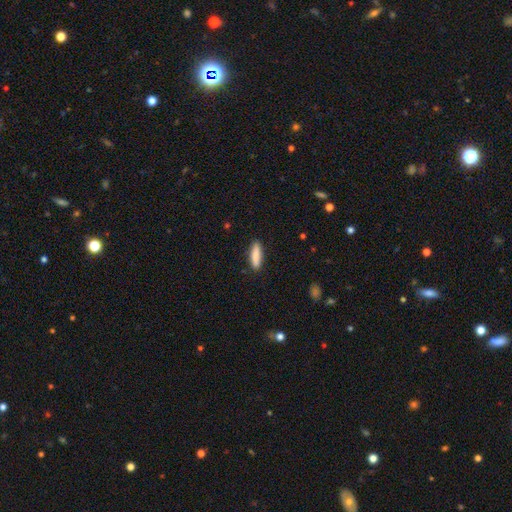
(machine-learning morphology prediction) Smooth or featured: smooth — 87% (featured or disk — 7%)
How rounded: cigar-shaped — 61% (in between — 38%)
Merging: none — 88% (minor disturbance — 9%)